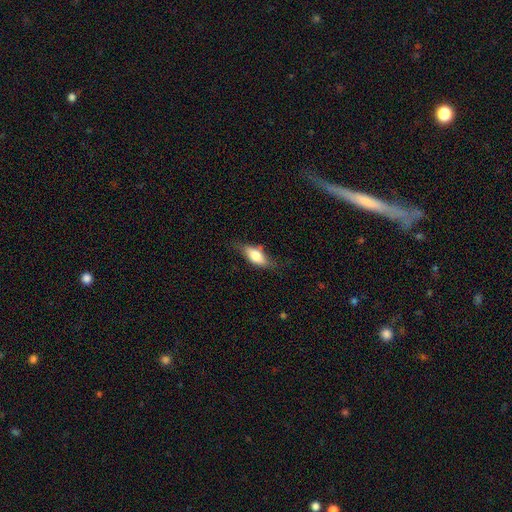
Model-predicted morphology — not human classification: This is likely a smooth galaxy (69%). How rounded: likely in between (75%). Merging: likely none (62%).